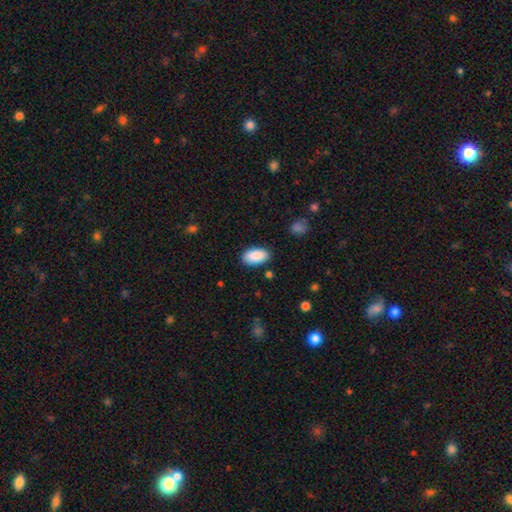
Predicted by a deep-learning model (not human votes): smooth_or_featured: smooth (p=0.89) [alt: star or artifact p=0.06]
how_rounded: in between (p=0.95) [alt: round p=0.03]
merging: none (p=0.86) [alt: minor disturbance p=0.10]